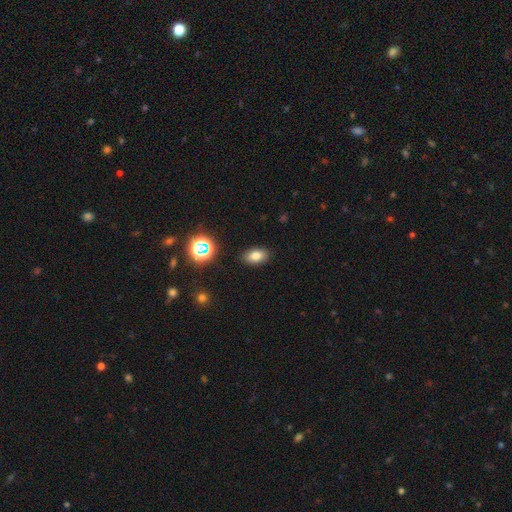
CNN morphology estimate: This appears to be a smooth galaxy with no disk features (78%) that is in between round and cigar-shaped (87%). Merging: none (87%).